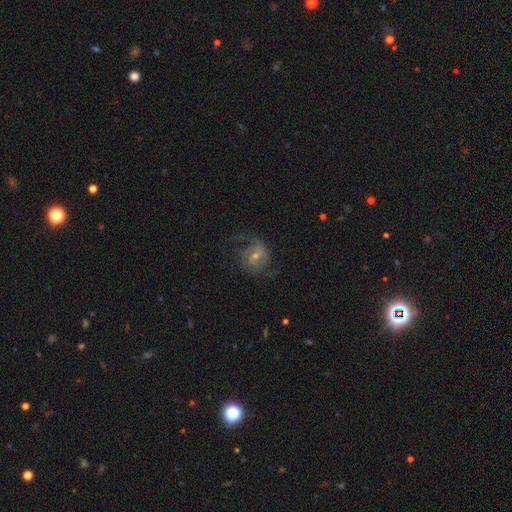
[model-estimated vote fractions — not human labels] Morphology: type=featured or disk (73%); edge-on=no (97%); bar=weak (44%); spiral arms=yes (89%); winding=medium (45%); arm count=2 (55%); bulge=small (56%); merging=none (60%).